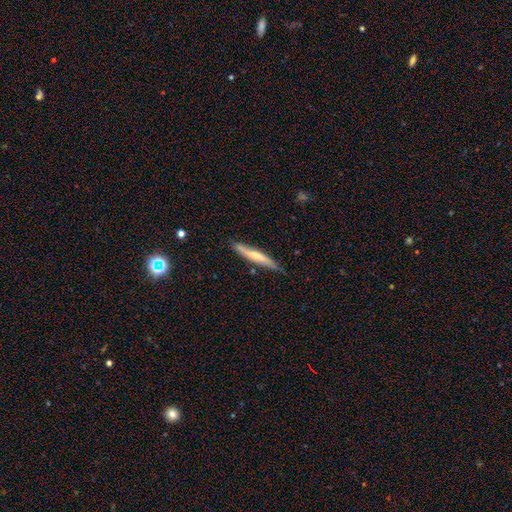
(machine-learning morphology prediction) smooth 56%, featured or disk 39%, star or artifact 5%. Down the decision tree: how rounded — cigar-shaped (93%); merging — none (76%).